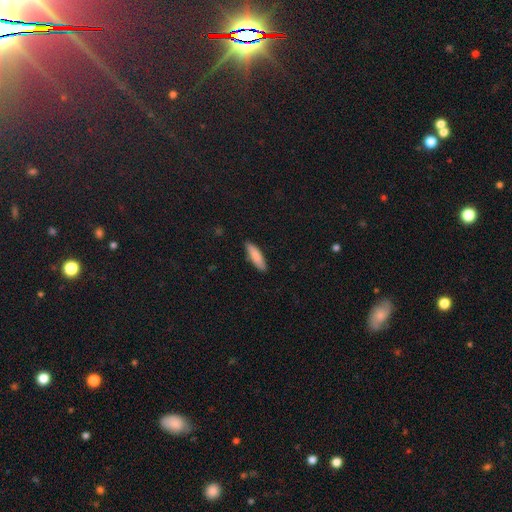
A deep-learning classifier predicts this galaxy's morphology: A smooth galaxy with no disk features (83%) that is cigar-shaped (62%). Merging: none (86%).